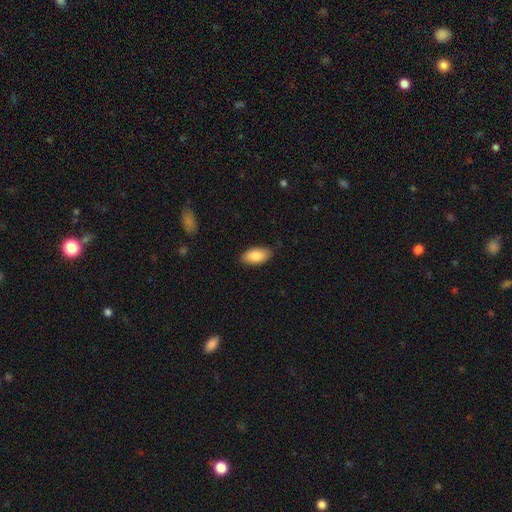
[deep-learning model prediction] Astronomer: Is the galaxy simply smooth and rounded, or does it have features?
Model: smooth — 87%.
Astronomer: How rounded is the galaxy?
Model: in between — 94%.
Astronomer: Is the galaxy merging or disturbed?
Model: none — 85%.